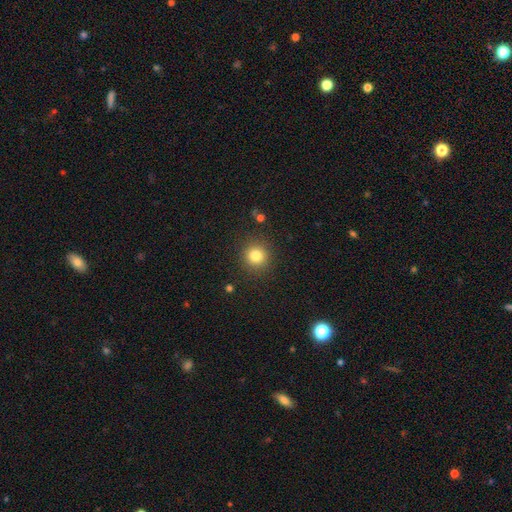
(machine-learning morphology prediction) smooth_or_featured: smooth (p=0.82) [alt: star or artifact p=0.12]
how_rounded: round (p=0.93) [alt: in between p=0.06]
merging: none (p=0.89) [alt: minor disturbance p=0.07]